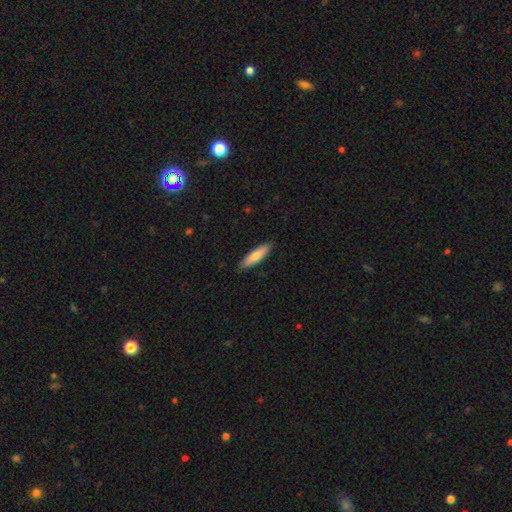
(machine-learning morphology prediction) type=smooth (79%); roundness=cigar-shaped (67%); merging=none (87%).